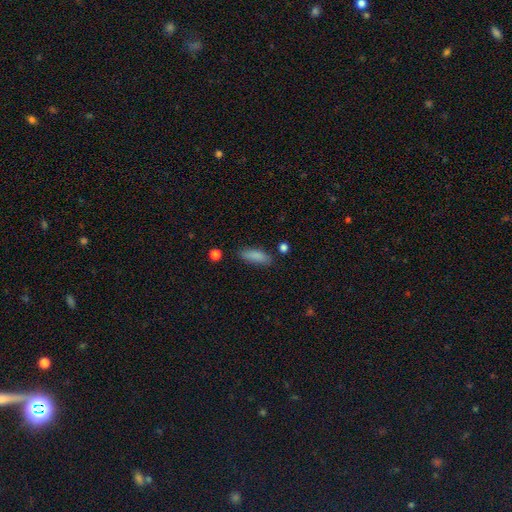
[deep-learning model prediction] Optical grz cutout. It shows a smooth galaxy with no disk features (86%) that is in between round and cigar-shaped (61%). Merging: none (79%).